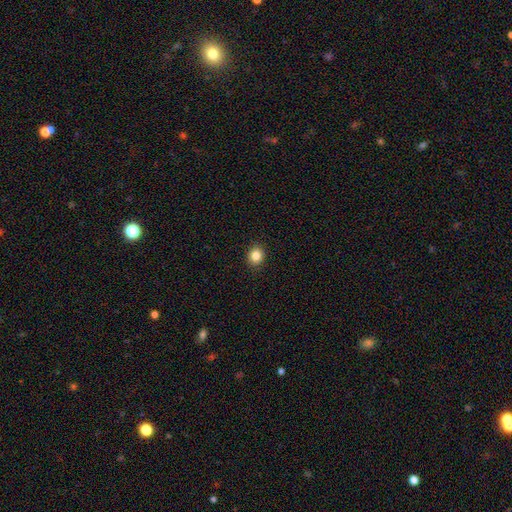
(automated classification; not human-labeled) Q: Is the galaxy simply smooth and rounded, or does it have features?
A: smooth — 85%.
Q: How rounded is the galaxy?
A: round — 66%.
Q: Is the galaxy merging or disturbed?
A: none — 91%.